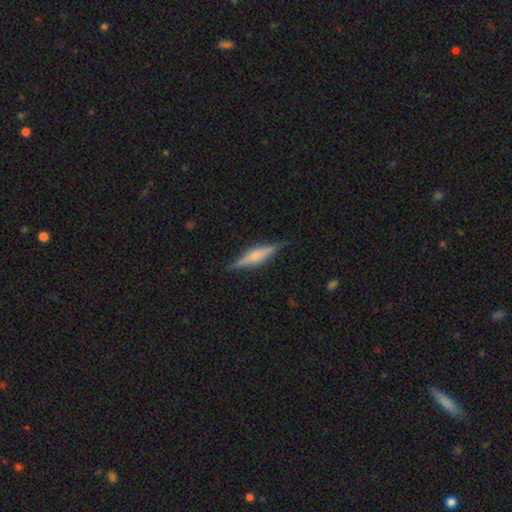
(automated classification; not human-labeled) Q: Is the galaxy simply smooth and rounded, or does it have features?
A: featured or disk — 65%.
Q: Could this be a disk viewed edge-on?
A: yes — 97%.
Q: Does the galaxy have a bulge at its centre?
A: rounded — 68%.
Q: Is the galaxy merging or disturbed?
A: none — 86%.